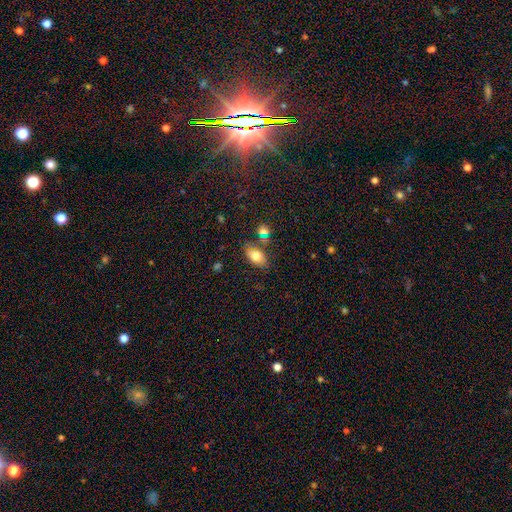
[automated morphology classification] Overall: smooth (79%). How rounded: in between (89%). Merging: none (69%).